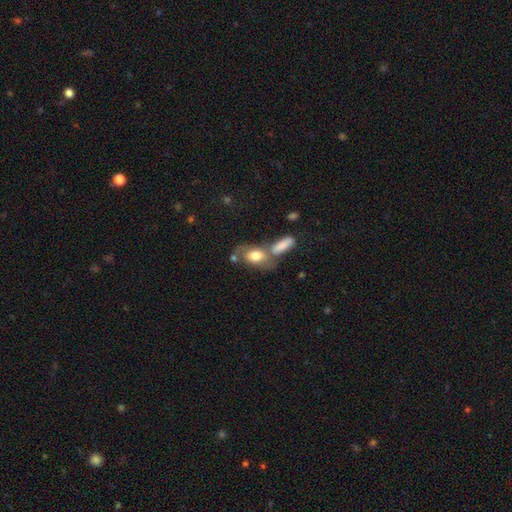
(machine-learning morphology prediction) This appears to be a smooth galaxy with no disk features (68%) that is in between round and cigar-shaped (86%). Merging: merger (42%).